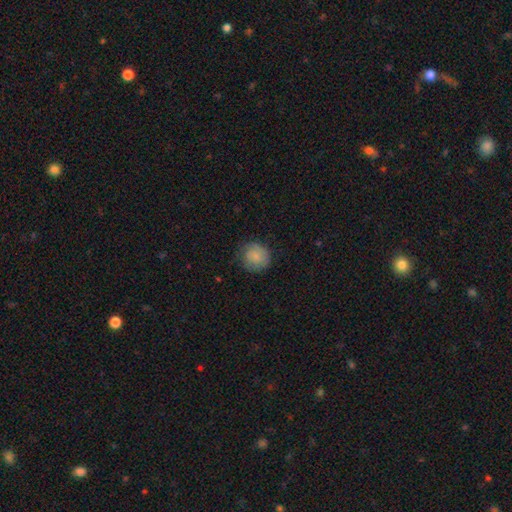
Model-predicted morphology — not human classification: A smooth galaxy with no disk features (83%) that is round (89%).

Vote fractions:
- Smooth or featured? smooth: 83% / featured or disk: 9% / star or artifact: 8%
- How rounded? round: 89% / in between: 10% / cigar-shaped: 1%
- Merging? none: 77% / minor disturbance: 17% / major disturbance: 5% / merger: 1%